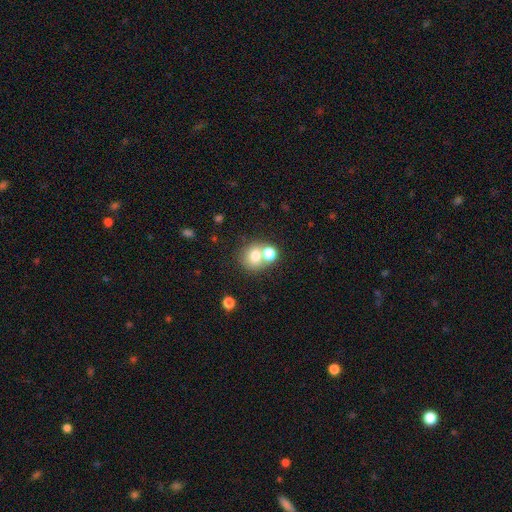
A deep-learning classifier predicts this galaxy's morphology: Smooth or featured?
  - smooth: 74% *
  - featured or disk: 14%
  - star or artifact: 12%
How rounded?
  - round: 75% *
  - in between: 24%
  - cigar-shaped: 1%
Merging?
  - merger: 48% *
  - none: 41%
  - minor disturbance: 8%
  - major disturbance: 3%